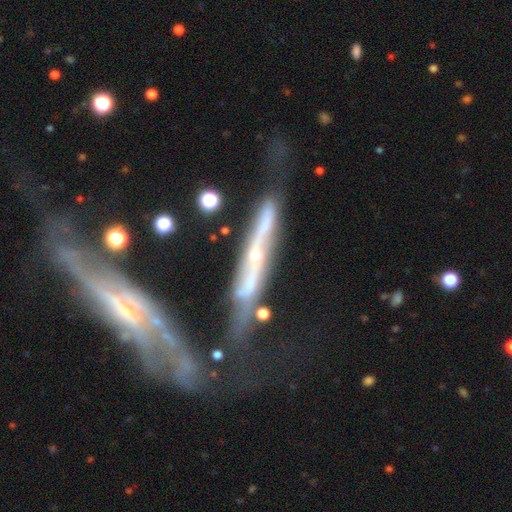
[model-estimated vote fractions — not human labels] smooth-or-featured: featured or disk: 77% | smooth: 16% | star or artifact: 8%
  disk-edge-on: yes: 72% | no: 28%
    edge-on-bulge: rounded: 48% | none: 42% | boxy: 10%
  merging: none: 37% | minor disturbance: 22% | merger: 22% | major disturbance: 20%